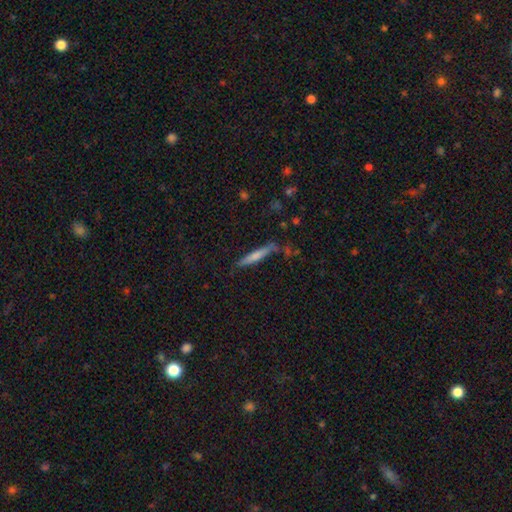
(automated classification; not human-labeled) A smooth galaxy with no disk features (66%) that is cigar-shaped (92%). Merging: none (75%).